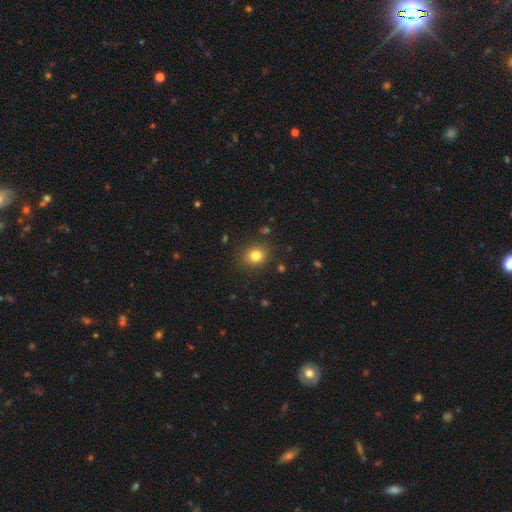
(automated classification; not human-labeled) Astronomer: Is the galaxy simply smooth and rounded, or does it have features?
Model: smooth — 81%.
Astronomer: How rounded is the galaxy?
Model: round — 72%.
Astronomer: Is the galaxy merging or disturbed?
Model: none — 87%.